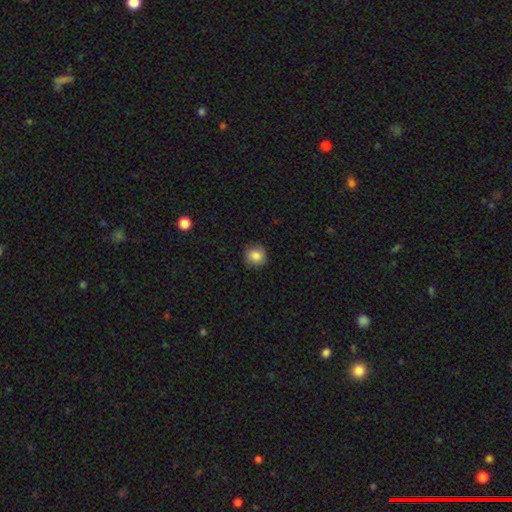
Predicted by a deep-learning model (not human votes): The model was most divided on "smooth or featured": smooth: 85%, star or artifact: 10%, featured or disk: 6%. More confident: how rounded — round (89%); merging — none (87%).